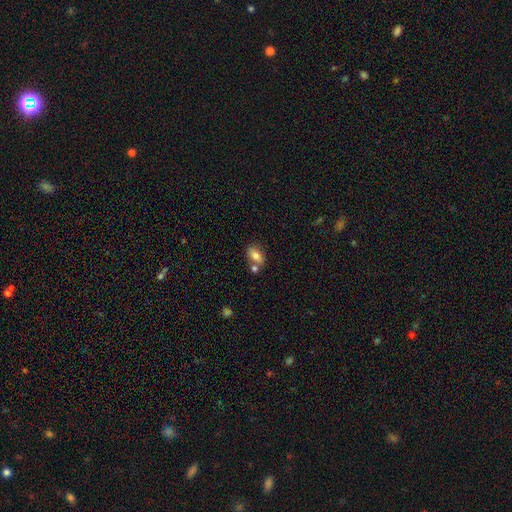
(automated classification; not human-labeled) A smooth galaxy with no disk features (76%) that is in between round and cigar-shaped (85%).

Vote fractions:
- Smooth or featured? smooth: 76% / featured or disk: 15% / star or artifact: 8%
- How rounded? in between: 85% / round: 9% / cigar-shaped: 6%
- Merging? none: 60% / merger: 23% / minor disturbance: 13% / major disturbance: 4%